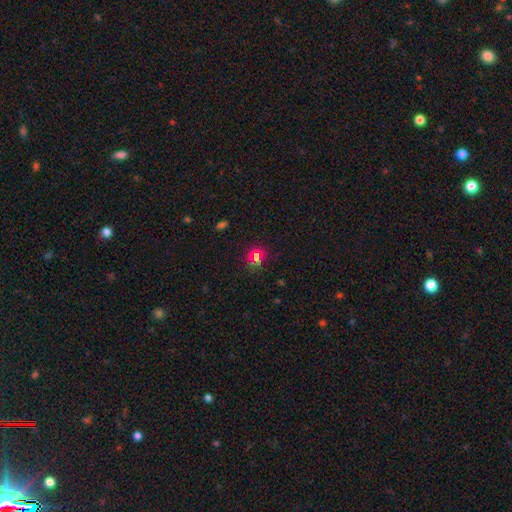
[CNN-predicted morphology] Smooth or featured?
  - smooth: 59% *
  - star or artifact: 32%
  - featured or disk: 8%
How rounded?
  - round: 83% *
  - in between: 15%
  - cigar-shaped: 2%
Merging?
  - none: 84% *
  - minor disturbance: 9%
  - major disturbance: 4%
  - merger: 3%